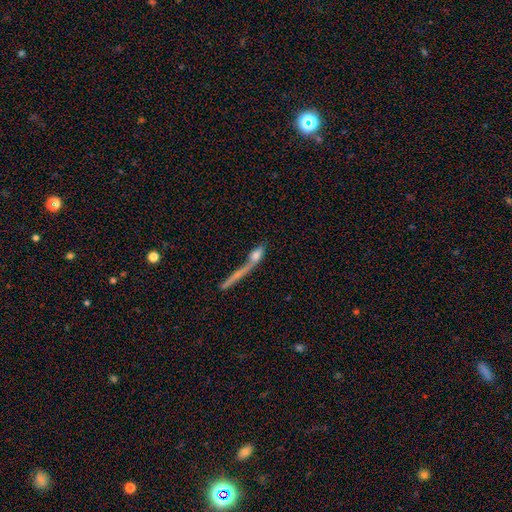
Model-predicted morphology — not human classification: This is possibly a smooth galaxy (56%). How rounded: likely cigar-shaped (64%). Merging: possibly merger (46%).